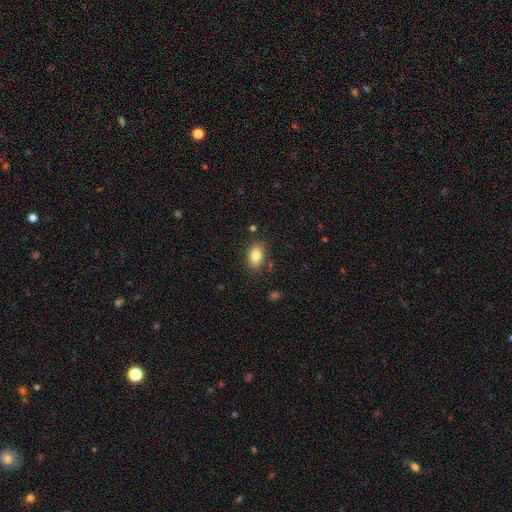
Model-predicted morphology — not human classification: Smooth or featured? smooth (84%)
How rounded? in between (85%)
Merging? none (82%)